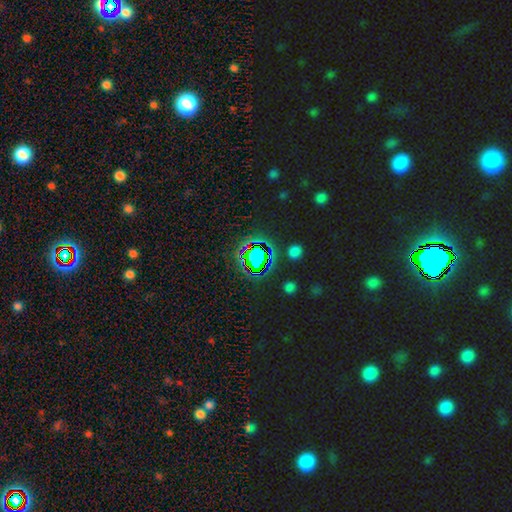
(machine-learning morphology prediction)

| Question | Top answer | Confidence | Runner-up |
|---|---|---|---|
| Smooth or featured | star or artifact | 68% | smooth (19%) |